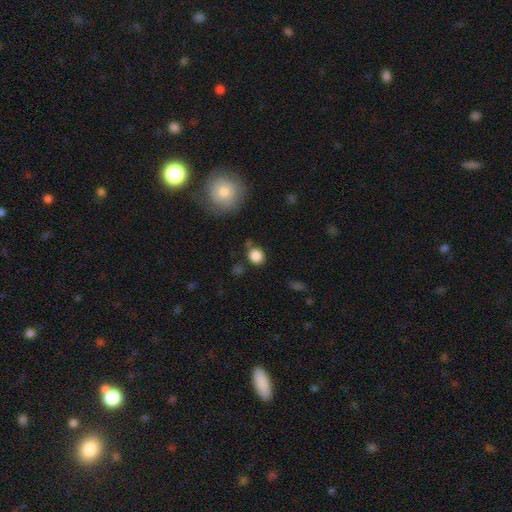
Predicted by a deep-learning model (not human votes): Morphology: type=smooth (85%); roundness=round (78%); merging=none (79%).